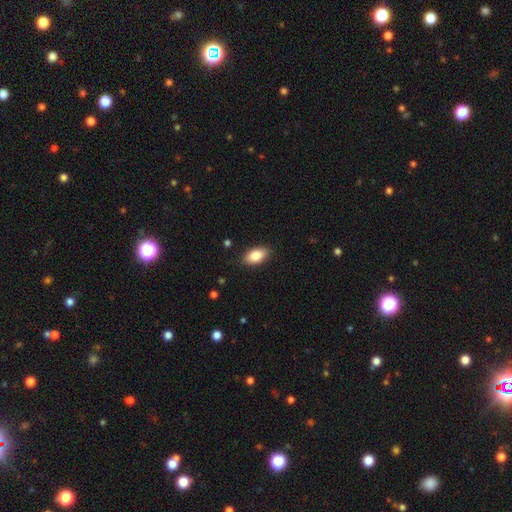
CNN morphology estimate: Q: Smooth or featured?
A: smooth (85%); runner-up: featured or disk (8%)
Q: How rounded?
A: in between (92%); runner-up: round (4%)
Q: Merging?
A: none (88%); runner-up: minor disturbance (9%)